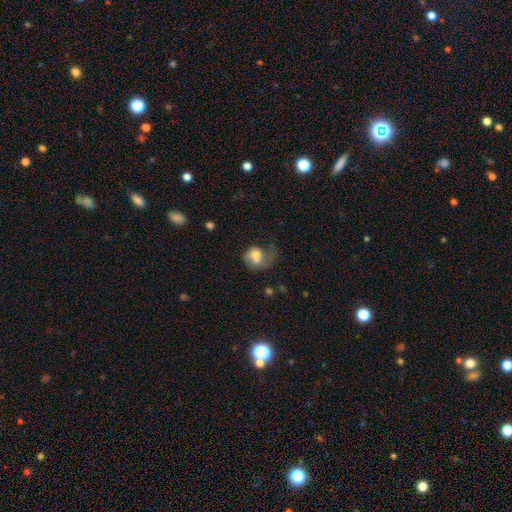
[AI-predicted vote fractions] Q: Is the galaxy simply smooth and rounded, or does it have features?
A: smooth — 64%.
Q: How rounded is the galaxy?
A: round — 54%.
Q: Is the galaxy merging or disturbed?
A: major disturbance — 43%.